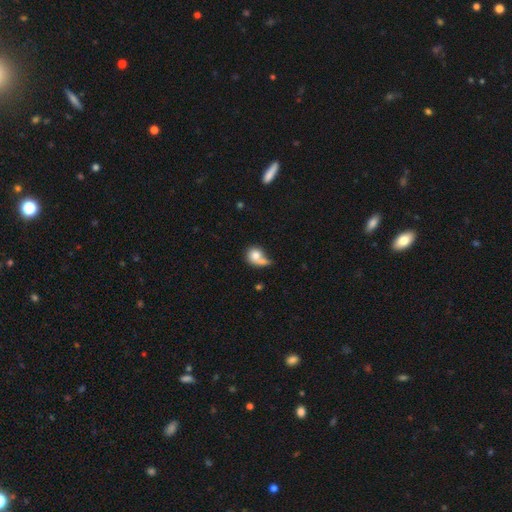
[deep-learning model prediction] This is likely a smooth galaxy (72%). How rounded: likely round (69%). Merging: marginally none (30%, tied with merger).